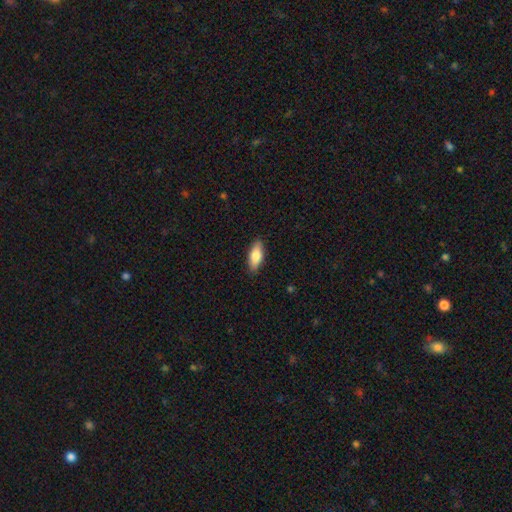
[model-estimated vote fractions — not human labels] Smooth or featured: smooth — 79% (featured or disk — 15%)
How rounded: in between — 80% (cigar-shaped — 18%)
Merging: none — 88% (minor disturbance — 9%)